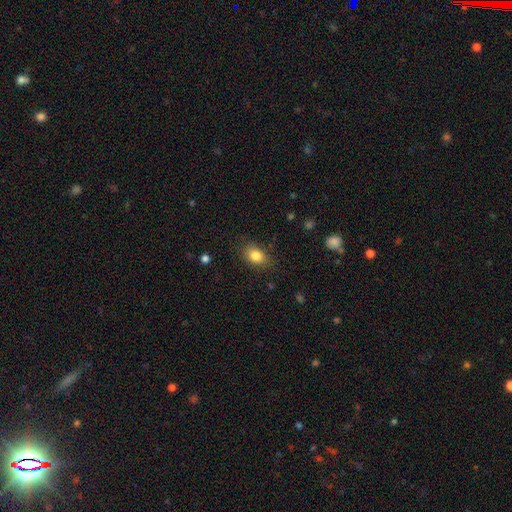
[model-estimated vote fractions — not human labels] smooth-or-featured: smooth: 83% | star or artifact: 9% | featured or disk: 8%
  how-rounded: in between: 76% | round: 22% | cigar-shaped: 1%
  merging: none: 81% | minor disturbance: 14% | major disturbance: 4% | merger: 1%